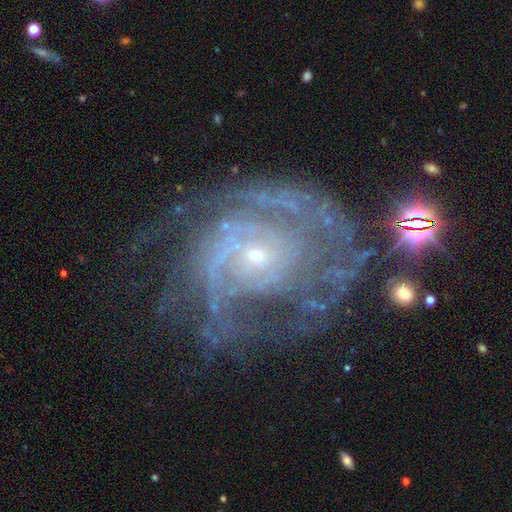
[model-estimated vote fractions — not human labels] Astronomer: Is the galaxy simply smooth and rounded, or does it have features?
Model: featured or disk — 88%.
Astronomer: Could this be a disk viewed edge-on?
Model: no — 97%.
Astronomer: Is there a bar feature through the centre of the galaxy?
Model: no — 71%.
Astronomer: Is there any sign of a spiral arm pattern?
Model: yes — 94%.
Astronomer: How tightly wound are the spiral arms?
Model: tight — 62%.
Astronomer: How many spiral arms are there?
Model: can't tell — 33% (runner-up: 2, 24%).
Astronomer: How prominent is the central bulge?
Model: small — 77%.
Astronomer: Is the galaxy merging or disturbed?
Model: none — 60%.